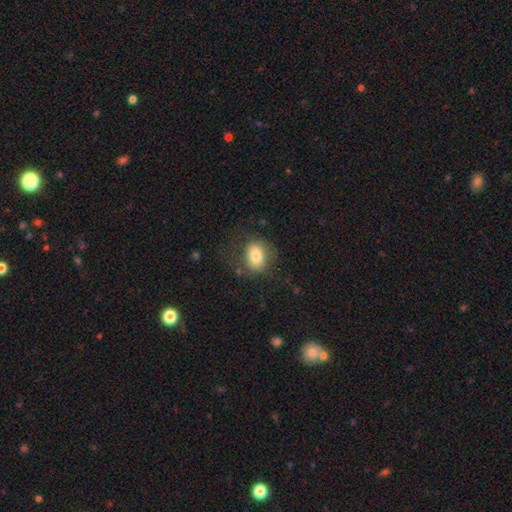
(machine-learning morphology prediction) smooth-or-featured: smooth: 80% | featured or disk: 12% | star or artifact: 9%
  how-rounded: in between: 61% | round: 37% | cigar-shaped: 1%
  merging: none: 71% | minor disturbance: 18% | major disturbance: 9% | merger: 2%